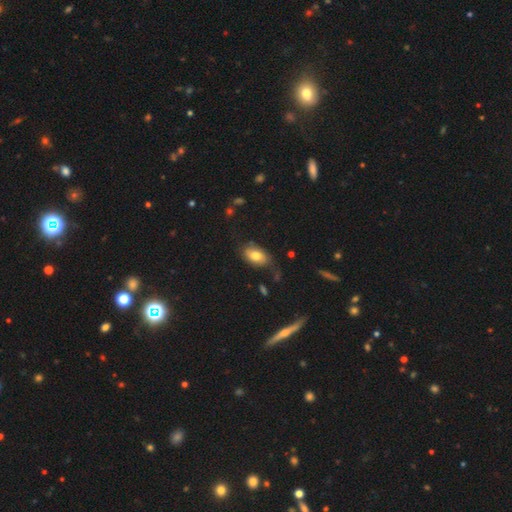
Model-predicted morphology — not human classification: The model was most divided on "merging": none: 67%, minor disturbance: 23%, major disturbance: 7%, merger: 3%. More confident: how rounded — in between (90%); smooth or featured — smooth (75%).